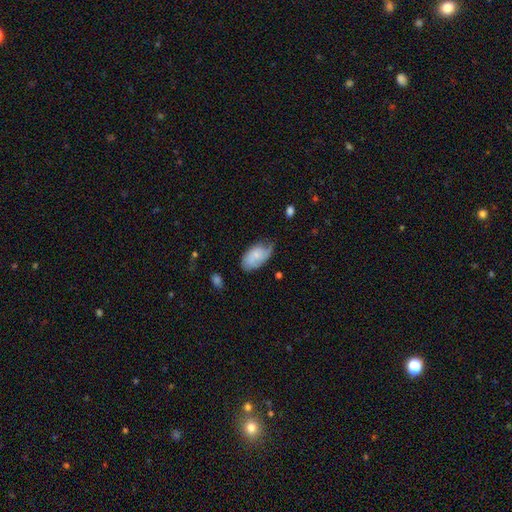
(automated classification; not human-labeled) smooth-or-featured: smooth: 64% | featured or disk: 30% | star or artifact: 7%
  how-rounded: in between: 93% | round: 5% | cigar-shaped: 2%
  merging: none: 51% | minor disturbance: 35% | major disturbance: 11% | merger: 2%